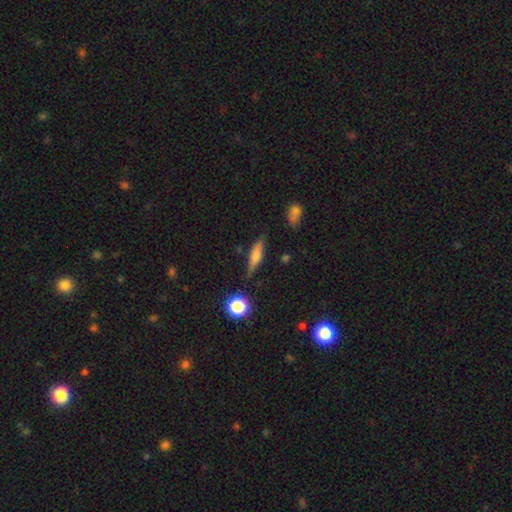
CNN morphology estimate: Smooth or featured? smooth (49%)
Merging? none (81%)